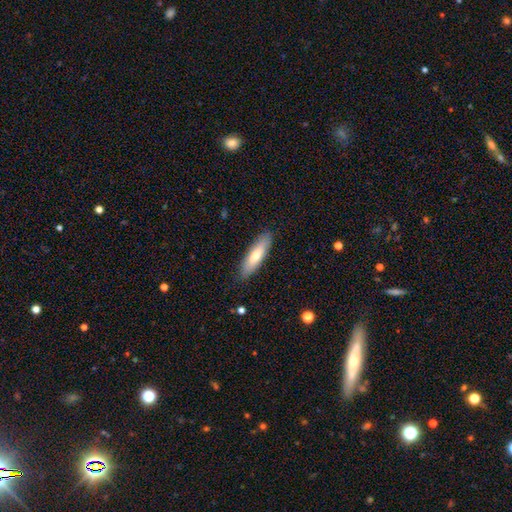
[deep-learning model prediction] This appears to be a smooth galaxy with no disk features (71%) that is cigar-shaped (63%). Merging: none (87%).